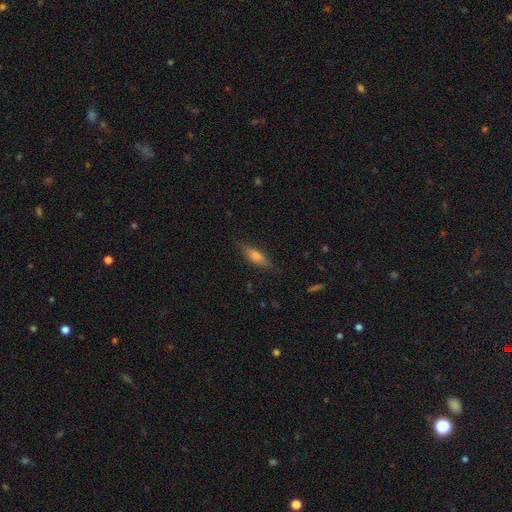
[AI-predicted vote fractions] Overall: smooth (60%; featured or disk 31%). How rounded: cigar-shaped (52%; in between 46%). Merging: none (83%).